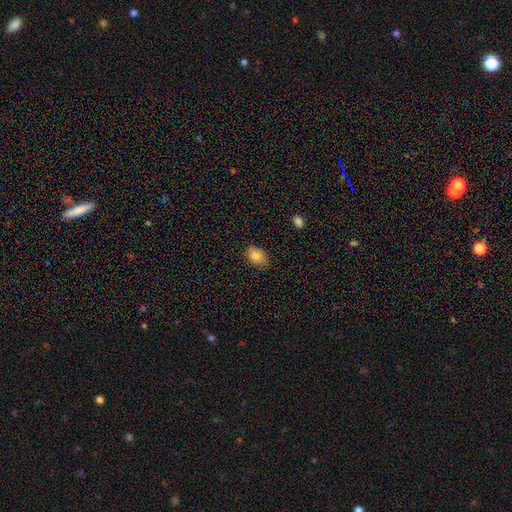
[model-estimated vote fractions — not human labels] smooth 83%, star or artifact 9%, featured or disk 8%. Down the decision tree: how rounded — in between (73%); merging — none (79%).